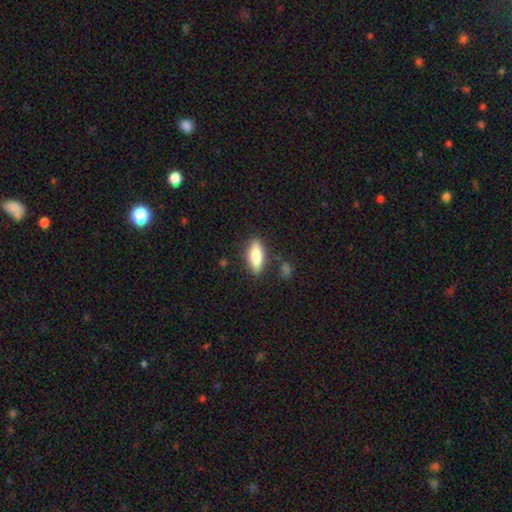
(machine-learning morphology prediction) A smooth galaxy with no disk features (75%) that is in between round and cigar-shaped (69%). Merging: none (82%).